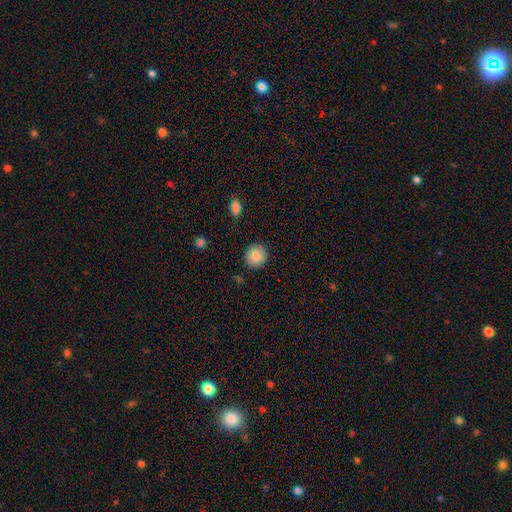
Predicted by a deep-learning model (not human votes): smooth-or-featured: smooth: 88% | star or artifact: 8% | featured or disk: 4%
  how-rounded: round: 91% | in between: 8% | cigar-shaped: 1%
  merging: none: 89% | minor disturbance: 7% | major disturbance: 2% | merger: 2%